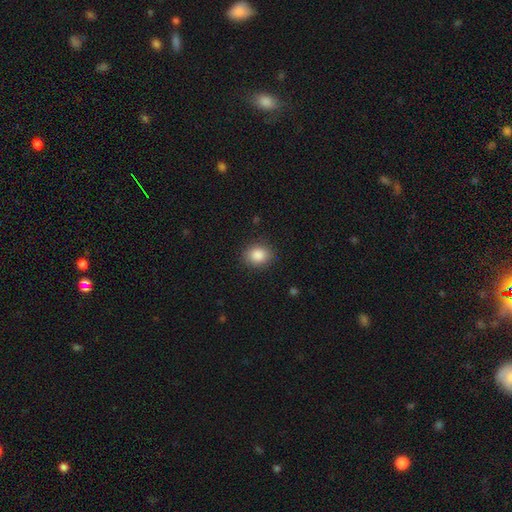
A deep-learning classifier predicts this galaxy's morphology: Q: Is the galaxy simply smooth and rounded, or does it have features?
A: smooth — 87%.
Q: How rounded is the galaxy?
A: round — 55%.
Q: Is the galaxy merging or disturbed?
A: none — 89%.